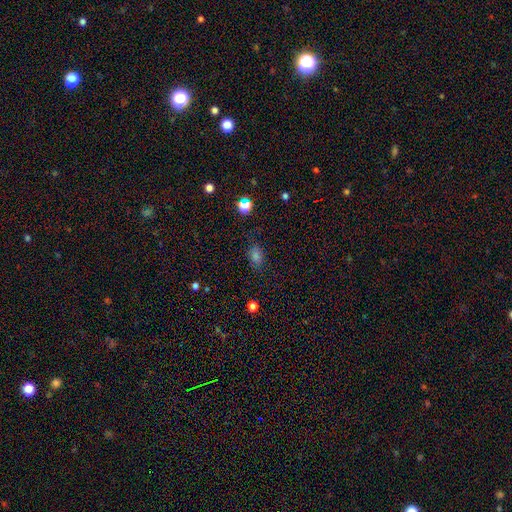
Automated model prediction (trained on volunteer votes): Q: Smooth or featured?
A: smooth (68%); runner-up: star or artifact (24%)
Q: How rounded?
A: in between (76%); runner-up: round (21%)
Q: Merging?
A: none (80%); runner-up: minor disturbance (15%)